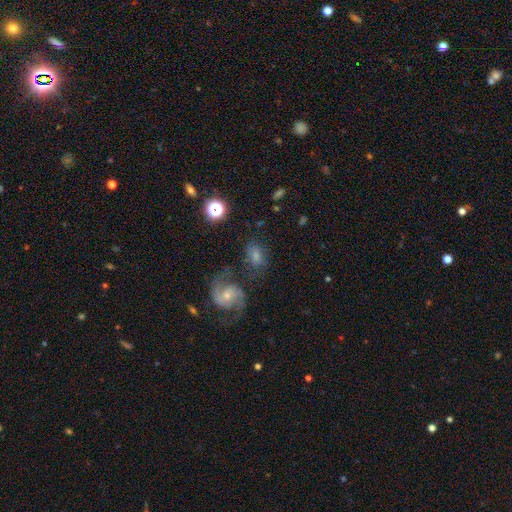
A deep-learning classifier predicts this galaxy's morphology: Overall: smooth (48%; featured or disk 38%). Merging: none (56%; minor disturbance 19%).